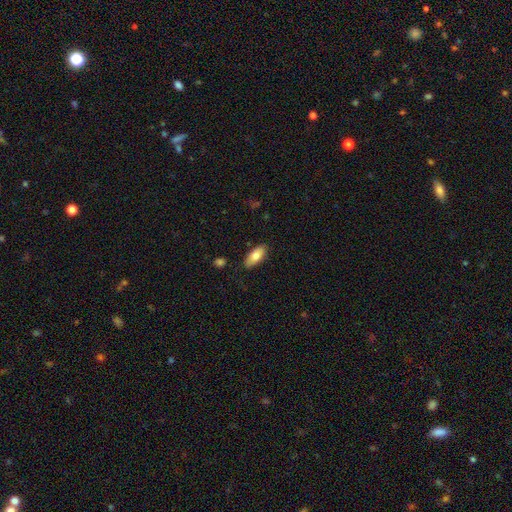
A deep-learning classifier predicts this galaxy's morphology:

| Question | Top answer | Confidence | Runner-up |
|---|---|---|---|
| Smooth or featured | smooth | 78% | featured or disk (15%) |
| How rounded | in between | 86% | cigar-shaped (12%) |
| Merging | none | 85% | minor disturbance (11%) |